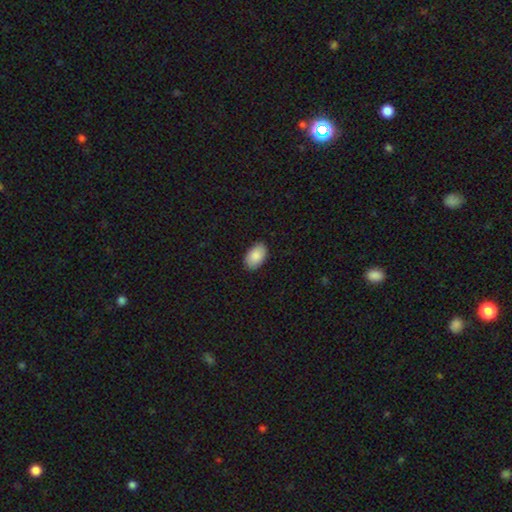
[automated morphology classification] Overall: smooth (89%). How rounded: in between (94%). Merging: none (87%).